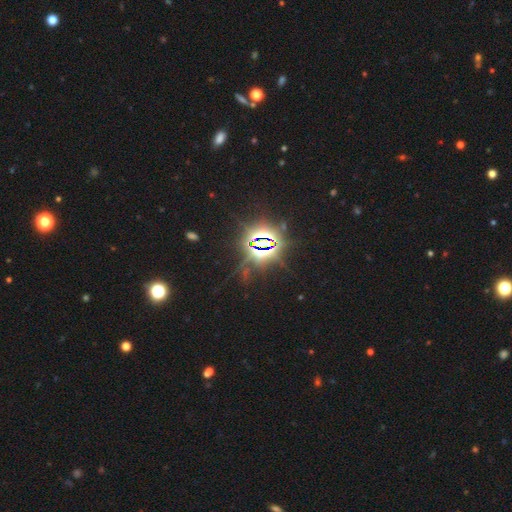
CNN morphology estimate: A star or artifact, not a galaxy (84%).

Vote fractions:
- Smooth or featured? star or artifact: 84% / smooth: 9% / featured or disk: 6%